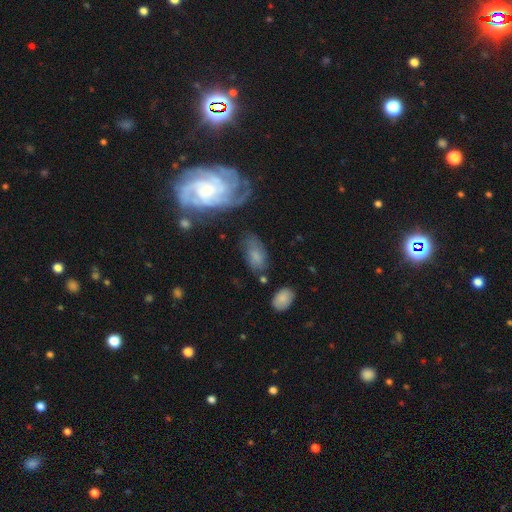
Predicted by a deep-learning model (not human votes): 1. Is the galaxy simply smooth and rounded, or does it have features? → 54% smooth, 35% featured or disk, 11% star or artifact.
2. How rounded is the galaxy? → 89% in between, 7% round, 4% cigar-shaped.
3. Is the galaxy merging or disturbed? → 54% none, 24% minor disturbance, 15% major disturbance, 7% merger.